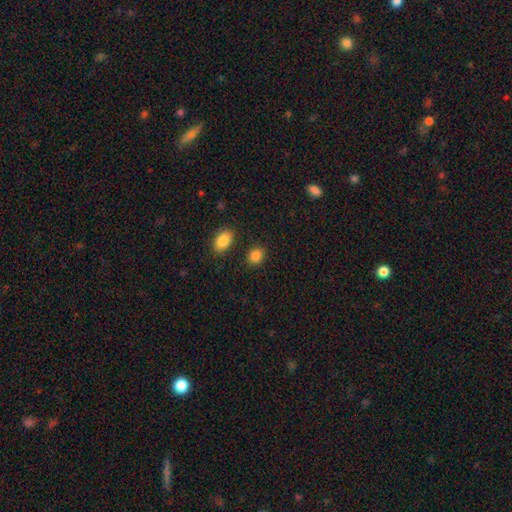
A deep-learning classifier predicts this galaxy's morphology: Q: Smooth or featured?
A: smooth (86%); runner-up: star or artifact (10%)
Q: How rounded?
A: round (50%); runner-up: in between (49%)
Q: Merging?
A: none (83%); runner-up: minor disturbance (10%)